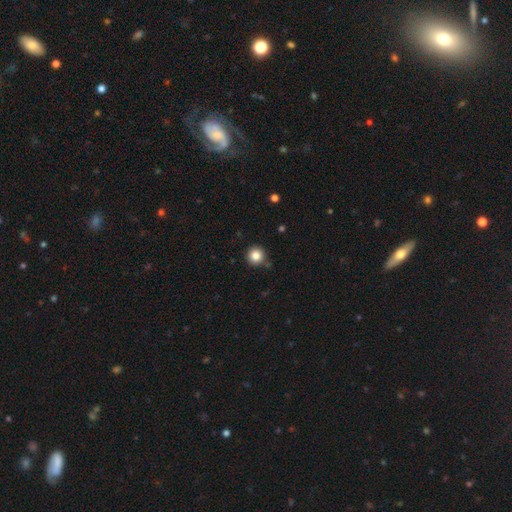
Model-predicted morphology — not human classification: Smooth or featured? smooth (84%)
How rounded? round (95%)
Merging? none (86%)